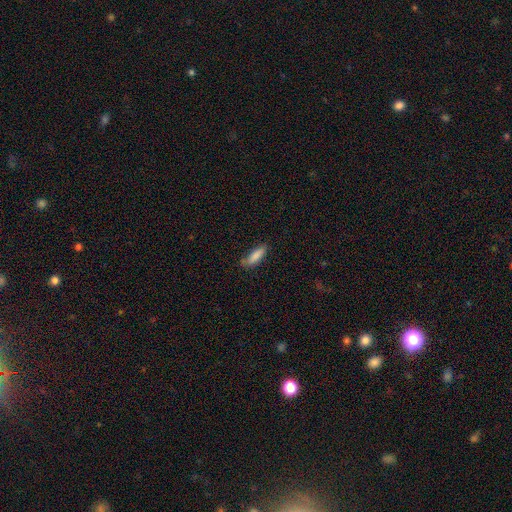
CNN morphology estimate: Overall: smooth (85%). How rounded: in between (51%; cigar-shaped 47%). Merging: none (71%).